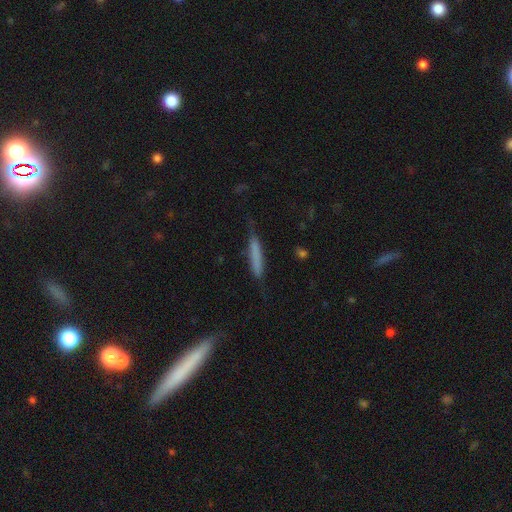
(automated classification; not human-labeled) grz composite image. It shows a smooth galaxy with no disk features (70%) that is cigar-shaped (93%). Merging: none (70%).